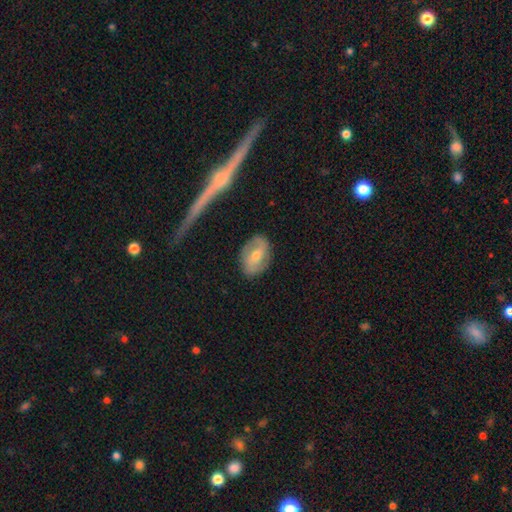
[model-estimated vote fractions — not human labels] Smooth or featured: featured or disk — 52% (smooth — 40%)
Edge-on disk: no — 89% (yes — 11%)
Merging: none — 81% (minor disturbance — 13%)